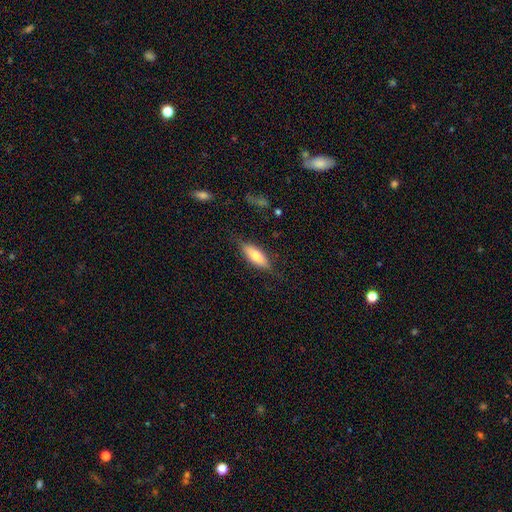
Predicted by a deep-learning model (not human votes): Smooth or featured? Predicted: smooth (p=0.68). How rounded? Predicted: in between (p=0.64). Merging? Predicted: none (p=0.77).